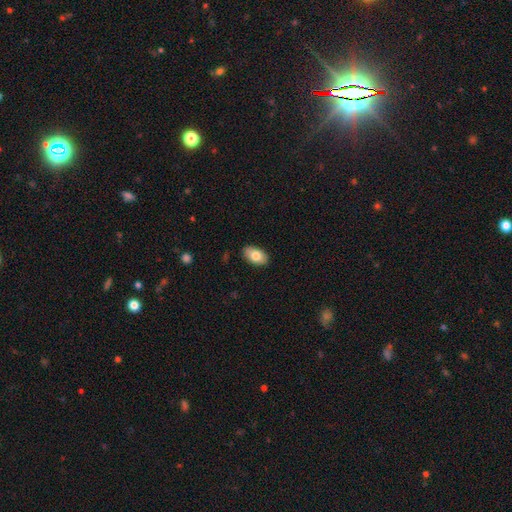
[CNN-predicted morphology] A smooth galaxy with no disk features (81%) that is in between round and cigar-shaped (93%).

Vote fractions:
- Smooth or featured? smooth: 81% / featured or disk: 13% / star or artifact: 7%
- How rounded? in between: 93% / round: 5% / cigar-shaped: 2%
- Merging? none: 88% / minor disturbance: 9% / major disturbance: 2% / merger: 1%